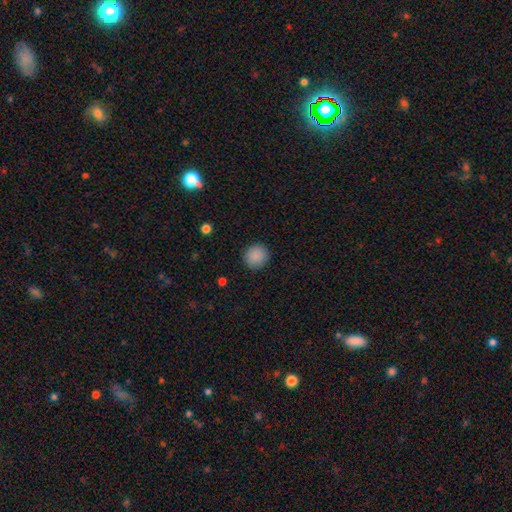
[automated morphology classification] A smooth galaxy with no disk features (89%) that is round (92%). Merging: none (91%).